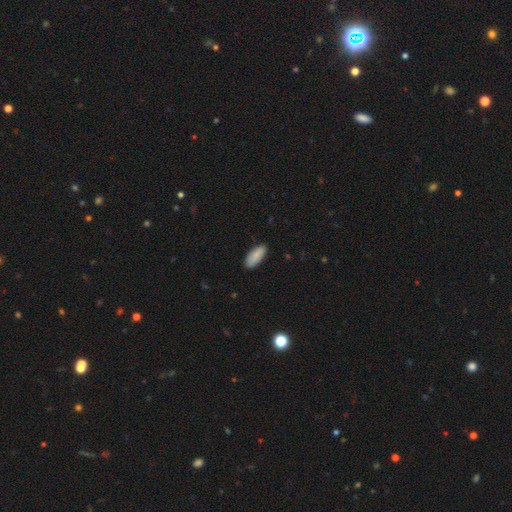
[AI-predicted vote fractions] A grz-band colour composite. It shows a smooth galaxy with no disk features (89%) that is in between round and cigar-shaped (83%). Merging: none (86%).